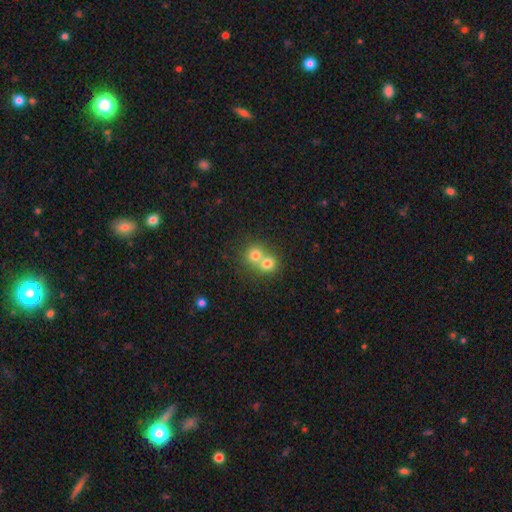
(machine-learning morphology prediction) smooth-or-featured: smooth: 73% | featured or disk: 14% | star or artifact: 12%
  how-rounded: round: 84% | in between: 15% | cigar-shaped: 1%
  merging: merger: 63% | none: 32% | minor disturbance: 4% | major disturbance: 2%